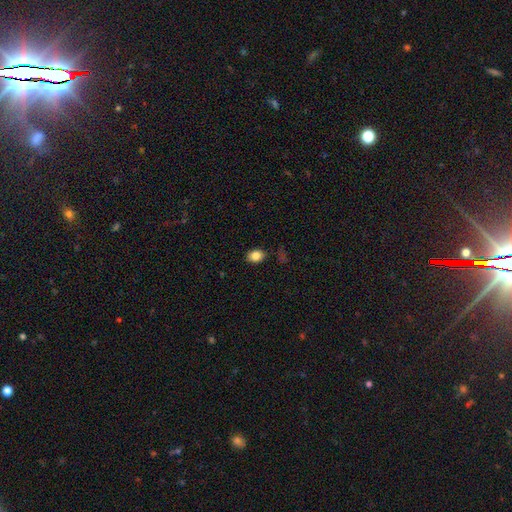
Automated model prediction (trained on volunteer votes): A smooth galaxy with no disk features (85%) that is in between round and cigar-shaped (68%). Merging: none (84%).